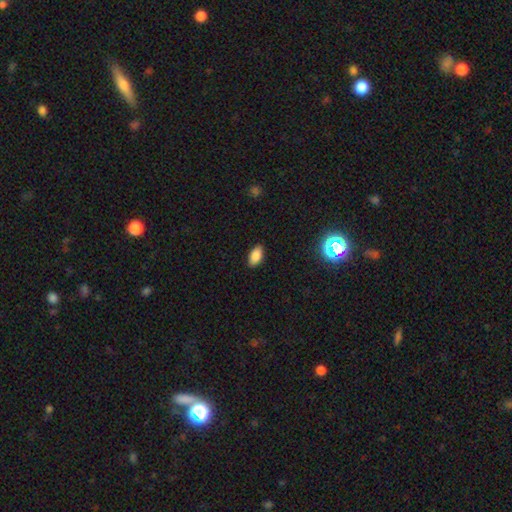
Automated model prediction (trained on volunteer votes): Q: Smooth or featured?
A: smooth (86%); runner-up: star or artifact (9%)
Q: How rounded?
A: in between (93%); runner-up: round (4%)
Q: Merging?
A: none (88%); runner-up: minor disturbance (9%)